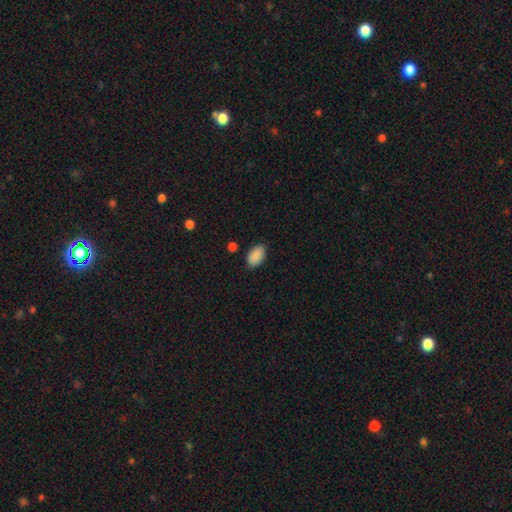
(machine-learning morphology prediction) smooth 90%, star or artifact 7%, featured or disk 3%. Down the decision tree: how rounded — in between (93%); merging — none (86%).